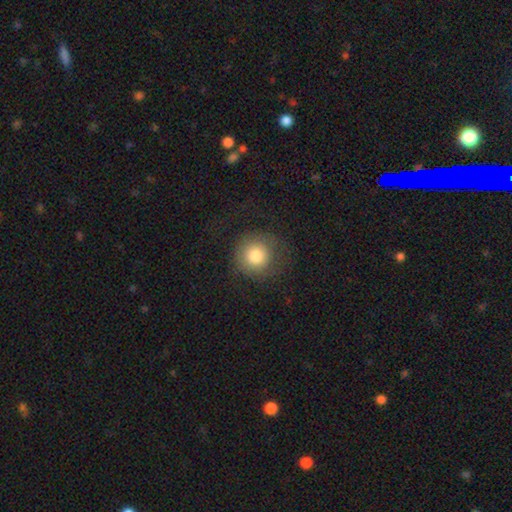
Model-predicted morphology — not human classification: Overall: smooth (77%). How rounded: round (92%). Merging: none (72%).